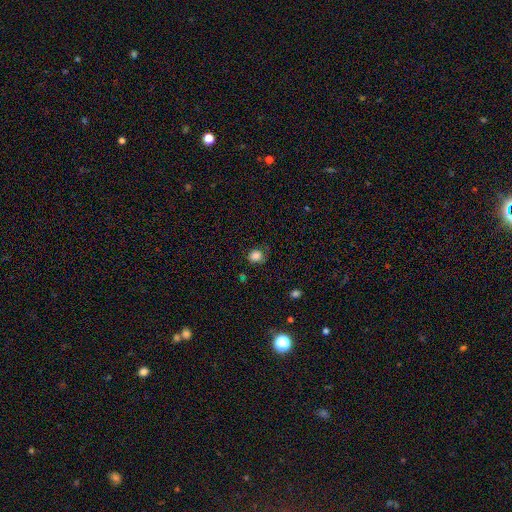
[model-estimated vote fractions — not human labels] Overall: smooth (83%). How rounded: round (73%). Merging: none (68%).